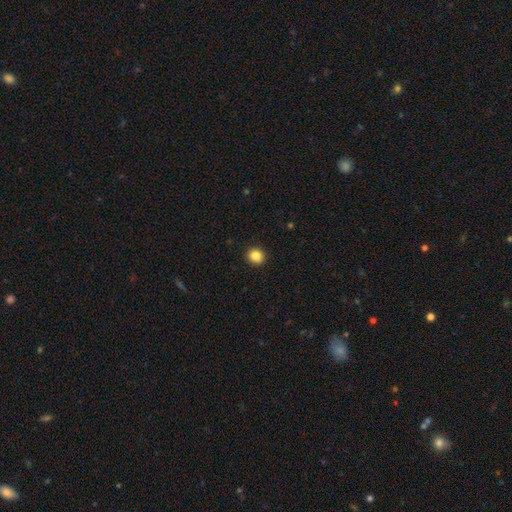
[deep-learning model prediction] This appears to be a smooth galaxy with no disk features (85%) that is round (86%). Merging: none (93%).